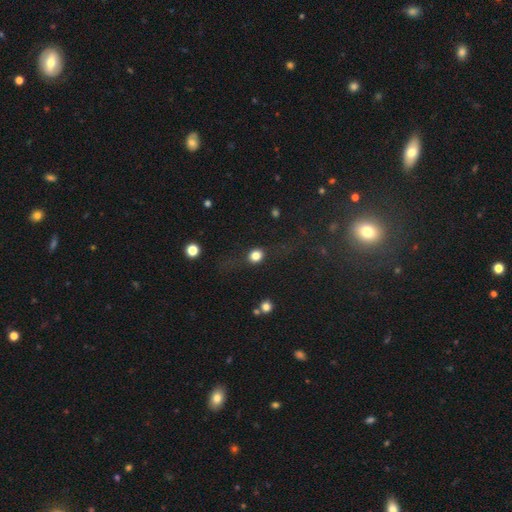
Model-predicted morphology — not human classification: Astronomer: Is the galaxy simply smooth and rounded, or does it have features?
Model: smooth — 78%.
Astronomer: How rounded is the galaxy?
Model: round — 70%.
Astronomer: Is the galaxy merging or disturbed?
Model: none — 78%.